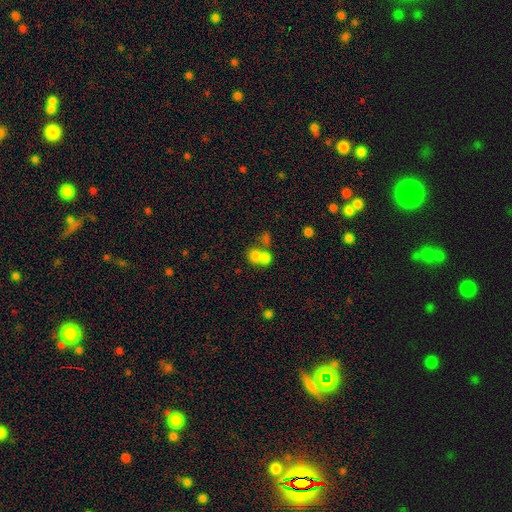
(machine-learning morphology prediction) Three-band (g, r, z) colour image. It shows a smooth galaxy with no disk features (70%) that is round (75%). Merging: merger (59%).